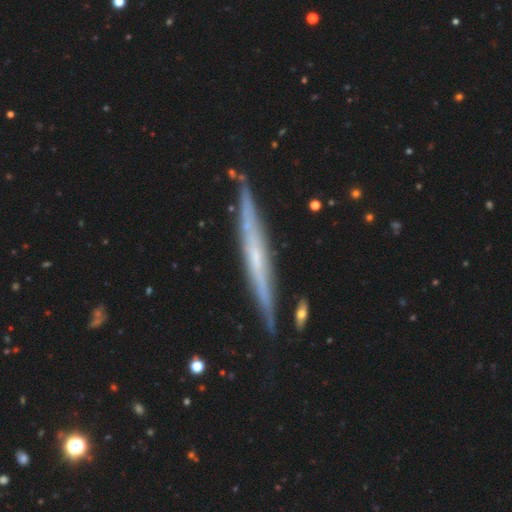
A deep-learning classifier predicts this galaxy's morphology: Smooth or featured? Predicted: featured or disk (p=0.73). Edge-on disk? Predicted: yes (p=0.93). Edge-on bulge? Predicted: none (p=0.71). Merging? Predicted: none (p=0.83).